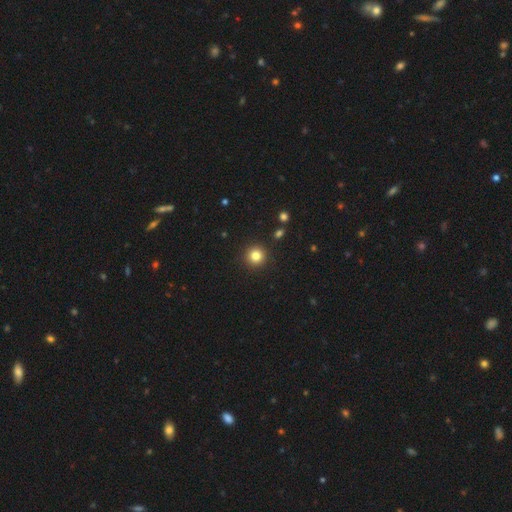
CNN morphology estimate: This appears to be a smooth galaxy with no disk features (82%) that is round (95%). Merging: none (92%).